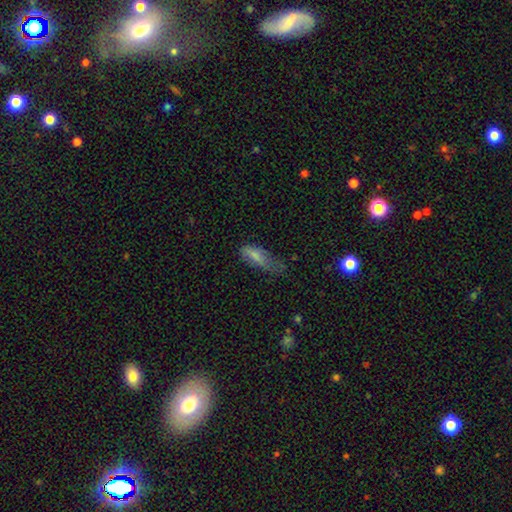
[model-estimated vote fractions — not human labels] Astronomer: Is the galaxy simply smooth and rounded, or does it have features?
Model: smooth — 75%.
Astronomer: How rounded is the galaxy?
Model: in between — 74%.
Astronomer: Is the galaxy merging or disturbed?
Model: minor disturbance — 39% (runner-up: major disturbance, 33%).